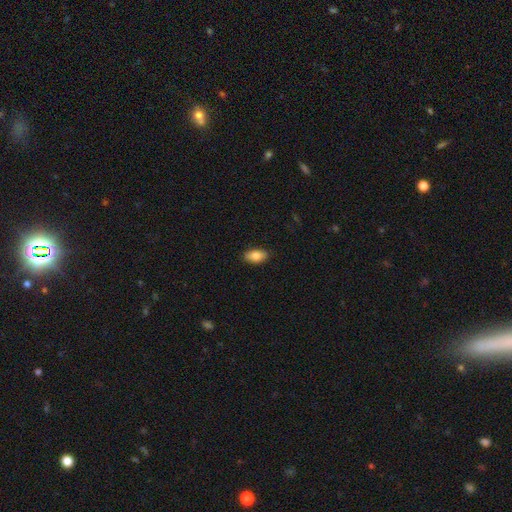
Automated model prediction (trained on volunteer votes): The model was most divided on "smooth or featured": smooth: 83%, featured or disk: 10%, star or artifact: 7%. More confident: how rounded — in between (91%); merging — none (88%).